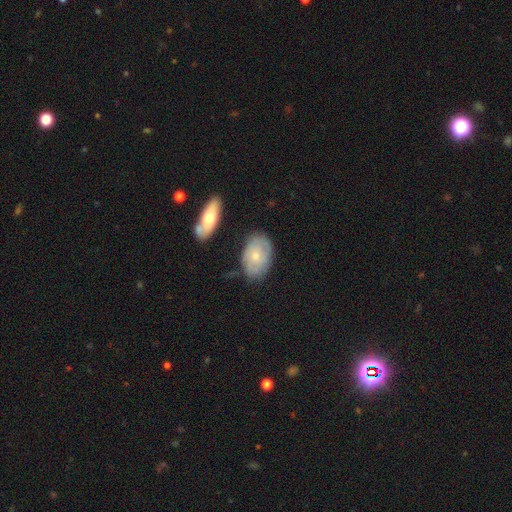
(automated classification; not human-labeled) A smooth galaxy with no disk features (54%) that is in between round and cigar-shaped (86%). Merging: none (69%).